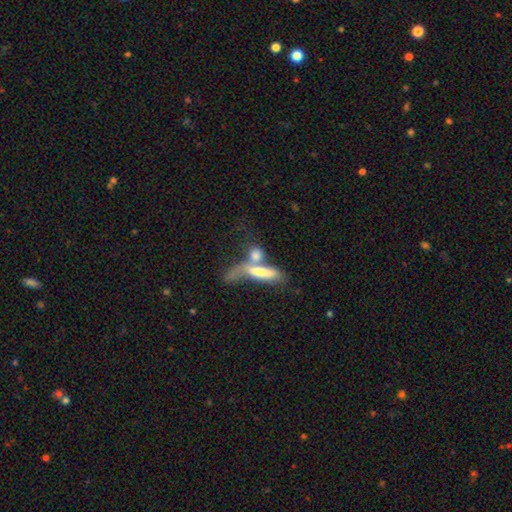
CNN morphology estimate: Smooth or featured?
  - smooth: 64% *
  - featured or disk: 28%
  - star or artifact: 8%
How rounded?
  - cigar-shaped: 47% *
  - in between: 42%
  - round: 11%
Merging?
  - merger: 59% *
  - none: 20%
  - major disturbance: 12%
  - minor disturbance: 9%